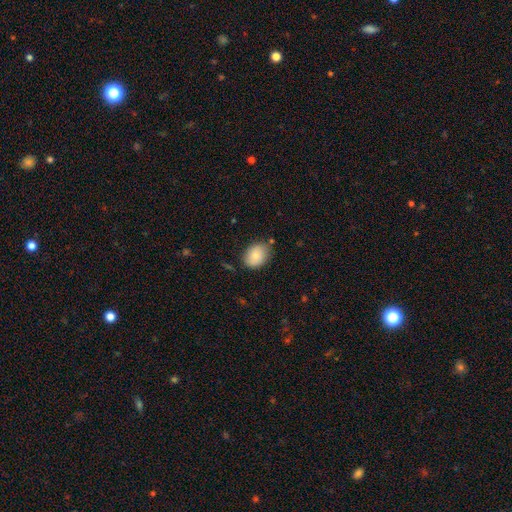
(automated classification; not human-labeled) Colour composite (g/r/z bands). It shows a smooth galaxy with no disk features (80%) that is in between round and cigar-shaped (65%). Merging: none (78%).